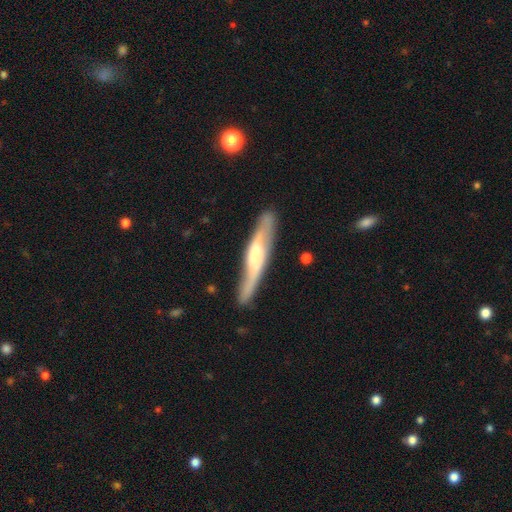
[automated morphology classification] Smooth or featured? Predicted: featured or disk (p=0.67). Edge-on disk? Predicted: yes (p=0.68). Merging? Predicted: none (p=0.80).